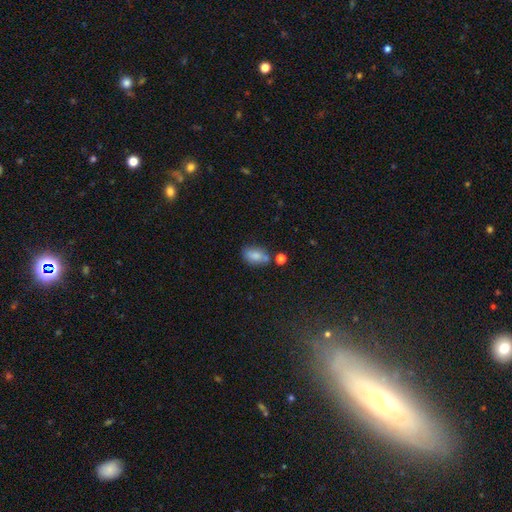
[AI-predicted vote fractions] The model was most divided on "merging": none: 62%, minor disturbance: 20%, merger: 13%, major disturbance: 5%. More confident: how rounded — in between (87%); smooth or featured — smooth (79%).